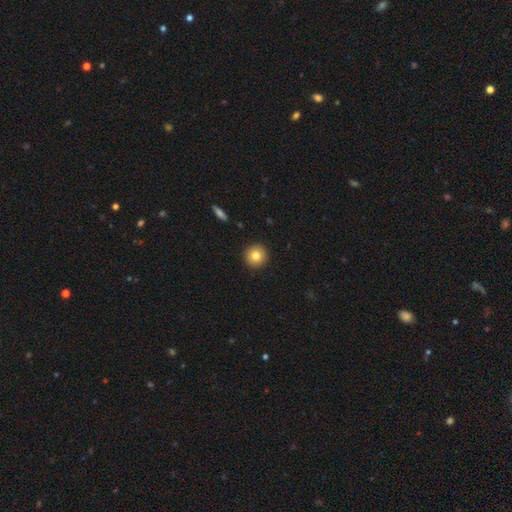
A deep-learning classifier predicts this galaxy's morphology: type=smooth (81%); roundness=round (95%); merging=none (93%).